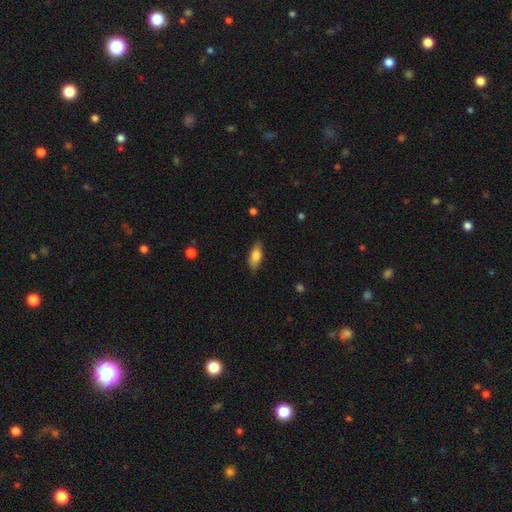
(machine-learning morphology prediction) This appears to be a smooth galaxy with no disk features (81%) that is in between round and cigar-shaped (82%). Merging: none (85%).